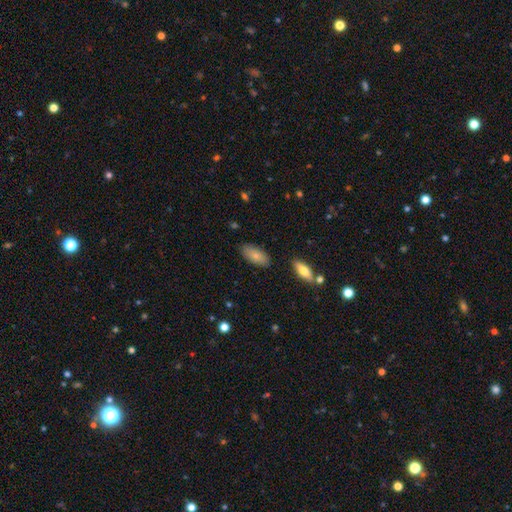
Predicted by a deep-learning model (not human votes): smooth-or-featured: smooth: 81% | featured or disk: 12% | star or artifact: 7%
  how-rounded: in between: 88% | cigar-shaped: 10% | round: 2%
  merging: none: 84% | minor disturbance: 11% | merger: 2% | major disturbance: 2%